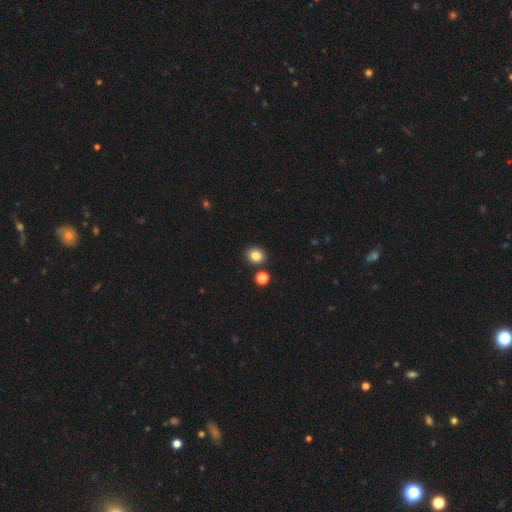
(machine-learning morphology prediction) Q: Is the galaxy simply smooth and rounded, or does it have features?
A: smooth — 84%.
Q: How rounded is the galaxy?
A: round — 73%.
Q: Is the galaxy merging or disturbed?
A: none — 85%.